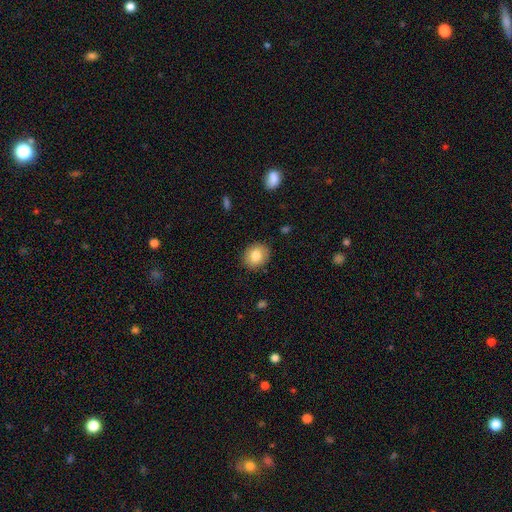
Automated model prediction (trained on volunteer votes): Morphology: type=smooth (81%); roundness=round (63%); merging=none (88%).